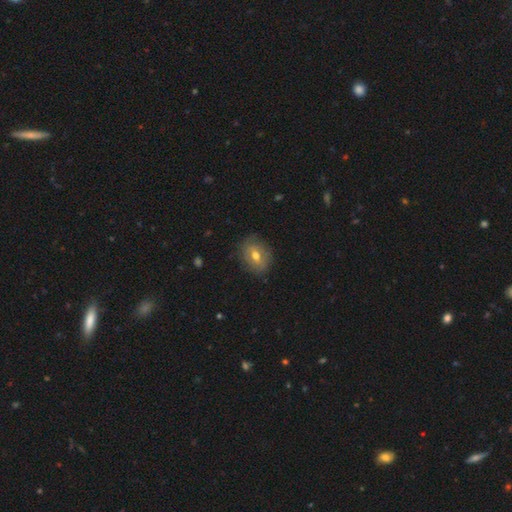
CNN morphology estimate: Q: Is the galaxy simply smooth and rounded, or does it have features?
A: smooth — 57%.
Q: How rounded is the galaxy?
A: in between — 55%.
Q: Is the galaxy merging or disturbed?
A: none — 79%.